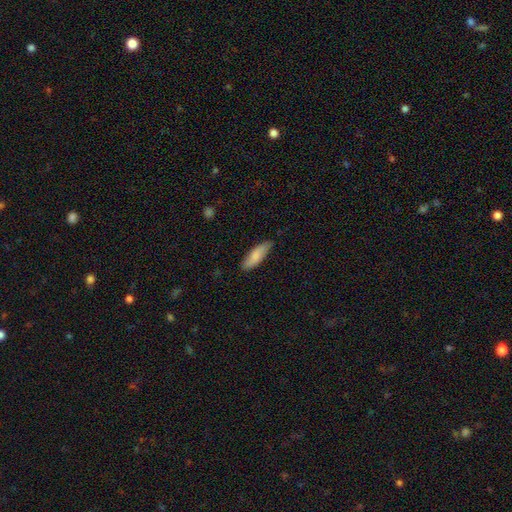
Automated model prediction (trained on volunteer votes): This is likely a smooth galaxy (79%). How rounded: possibly in between (52%). Merging: likely none (79%).